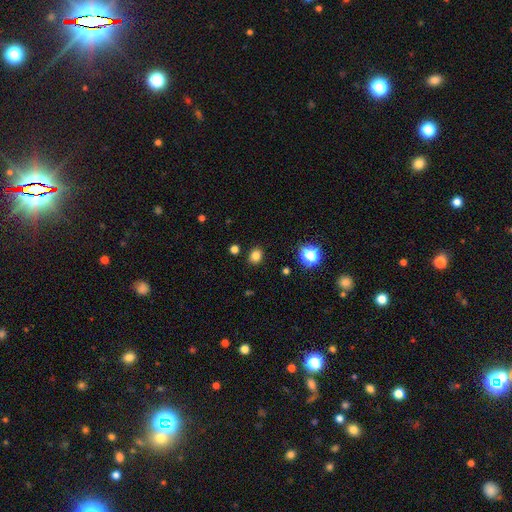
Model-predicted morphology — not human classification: Smooth or featured: smooth — 80% (star or artifact — 15%)
How rounded: round — 60% (in between — 39%)
Merging: none — 88% (minor disturbance — 8%)